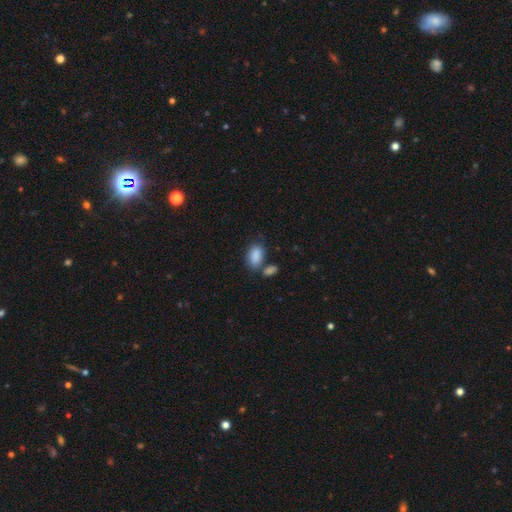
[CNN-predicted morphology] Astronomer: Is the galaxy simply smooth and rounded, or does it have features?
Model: smooth — 88%.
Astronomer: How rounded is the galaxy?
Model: in between — 92%.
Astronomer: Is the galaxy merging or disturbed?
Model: none — 57%.